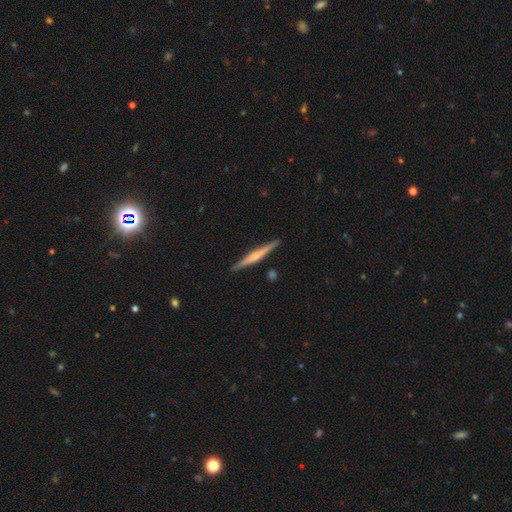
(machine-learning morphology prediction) Smooth or featured? featured or disk (59%)
Edge-on disk? yes (98%)
Edge-on bulge? rounded (55%)
Merging? none (90%)